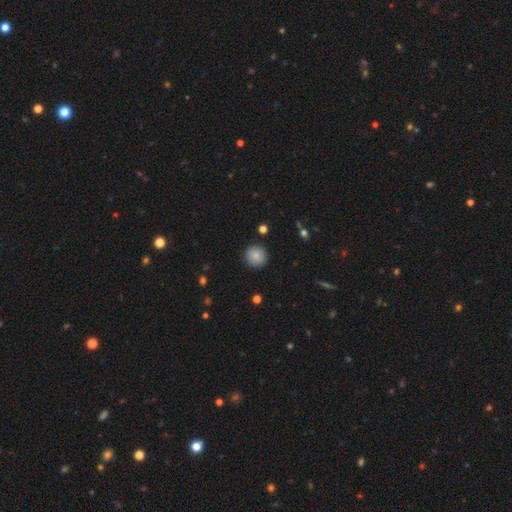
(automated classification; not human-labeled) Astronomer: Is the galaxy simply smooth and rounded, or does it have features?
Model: smooth — 85%.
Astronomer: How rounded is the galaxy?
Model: round — 95%.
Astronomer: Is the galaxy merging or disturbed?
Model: none — 90%.